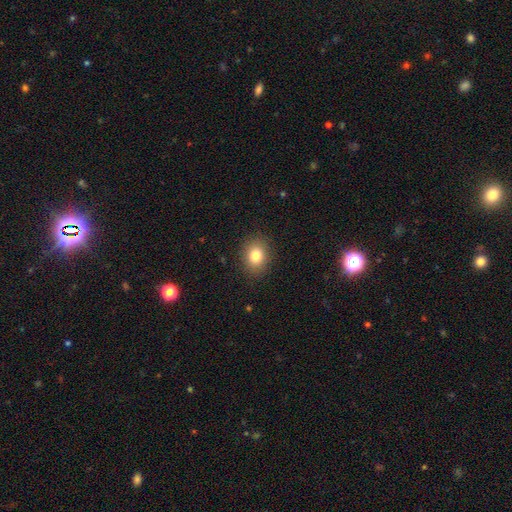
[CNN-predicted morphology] Smooth or featured? smooth (81%)
How rounded? round (50%)
Merging? none (88%)